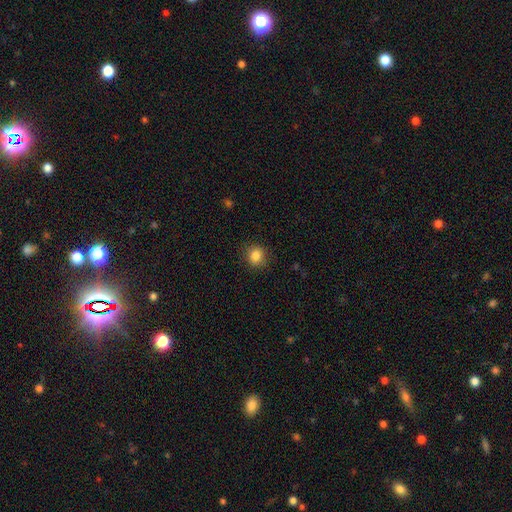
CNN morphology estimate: smooth_or_featured: smooth (p=0.84) [alt: star or artifact p=0.10]
how_rounded: round (p=0.83) [alt: in between p=0.16]
merging: none (p=0.88) [alt: minor disturbance p=0.09]